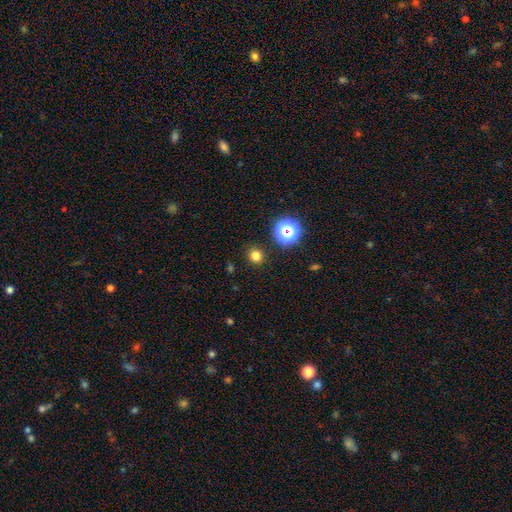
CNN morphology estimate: smooth 77%, star or artifact 18%, featured or disk 5%. Down the decision tree: how rounded — round (89%); merging — none (91%).